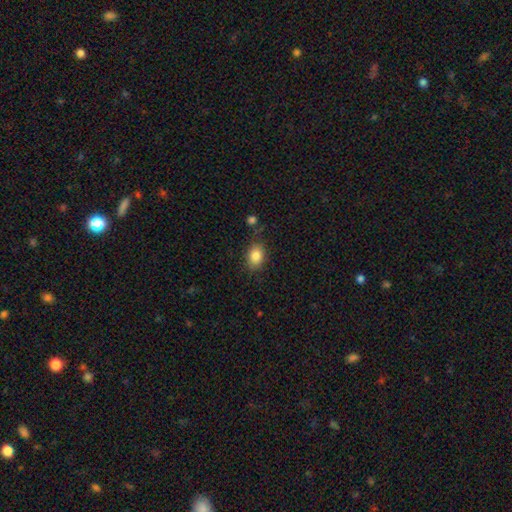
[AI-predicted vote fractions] Smooth or featured: smooth — 84% (star or artifact — 9%)
How rounded: in between — 69% (round — 30%)
Merging: none — 78% (minor disturbance — 15%)